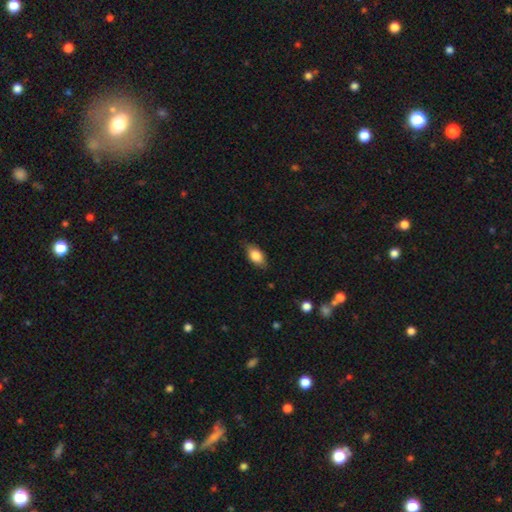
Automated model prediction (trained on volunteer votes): Smooth or featured? Predicted: smooth (p=0.80). How rounded? Predicted: in between (p=0.89). Merging? Predicted: none (p=0.80).